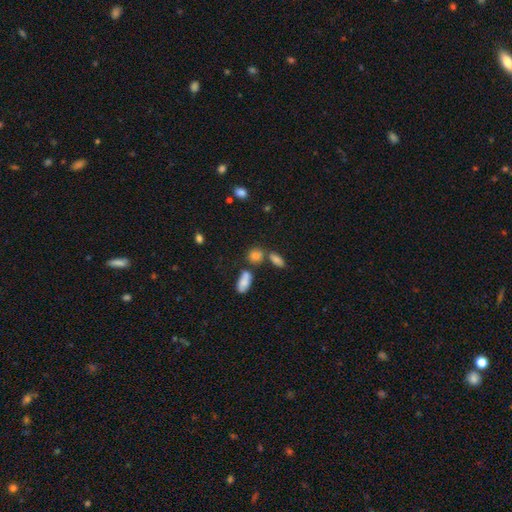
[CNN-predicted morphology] Q: Smooth or featured?
A: smooth (78%); runner-up: star or artifact (13%)
Q: How rounded?
A: in between (51%); runner-up: round (43%)
Q: Merging?
A: none (53%); runner-up: merger (27%)